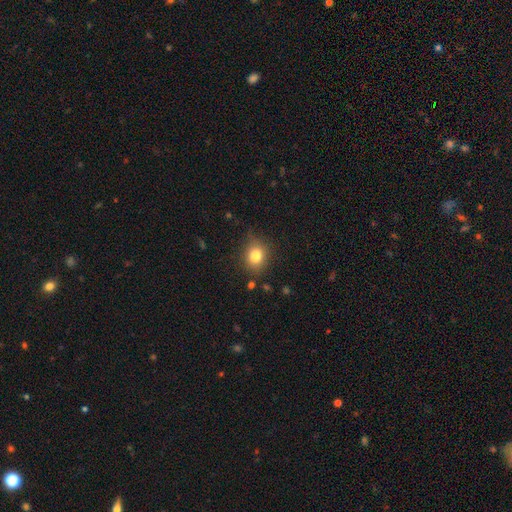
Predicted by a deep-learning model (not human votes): Q: Smooth or featured?
A: smooth (81%); runner-up: star or artifact (11%)
Q: How rounded?
A: round (63%); runner-up: in between (36%)
Q: Merging?
A: none (82%); runner-up: minor disturbance (13%)